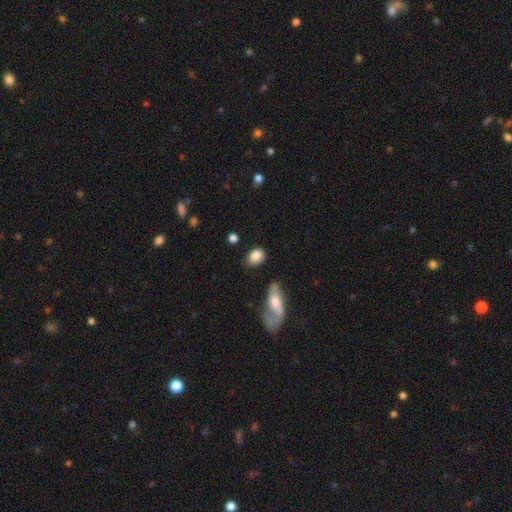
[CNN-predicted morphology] Smooth or featured: smooth — 85% (featured or disk — 8%)
How rounded: in between — 68% (round — 30%)
Merging: none — 74% (minor disturbance — 16%)